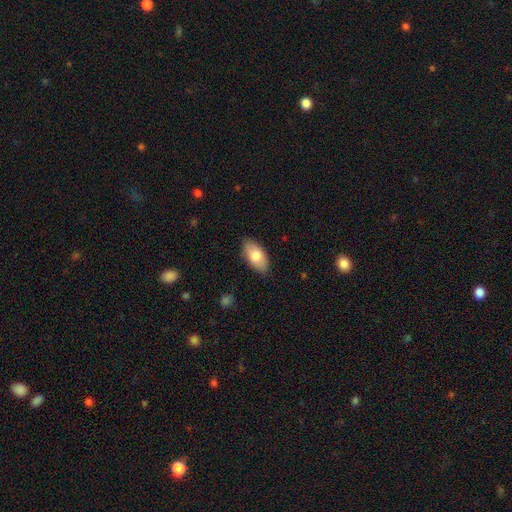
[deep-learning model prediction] A smooth galaxy with no disk features (77%) that is in between round and cigar-shaped (94%). Merging: none (84%).